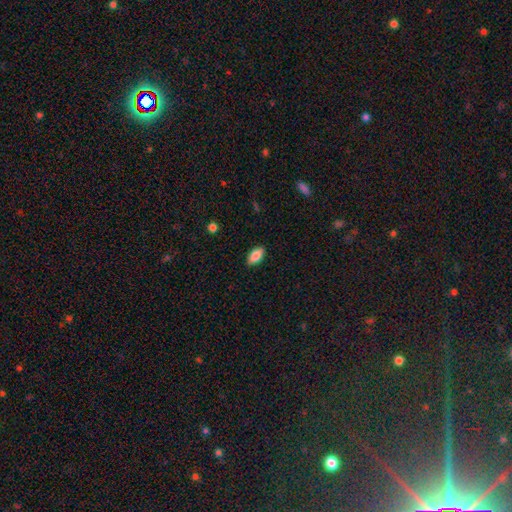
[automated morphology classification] Smooth or featured: smooth — 84% (featured or disk — 9%)
How rounded: in between — 91% (cigar-shaped — 7%)
Merging: none — 89% (minor disturbance — 8%)